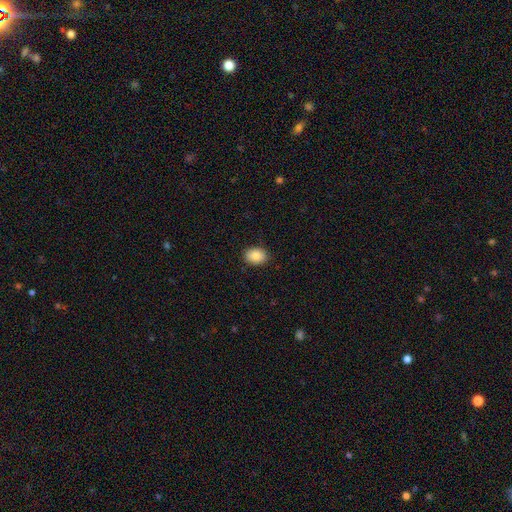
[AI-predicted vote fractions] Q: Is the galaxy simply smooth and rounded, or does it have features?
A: smooth — 87%.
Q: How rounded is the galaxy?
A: in between — 74%.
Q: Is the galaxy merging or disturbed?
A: none — 89%.